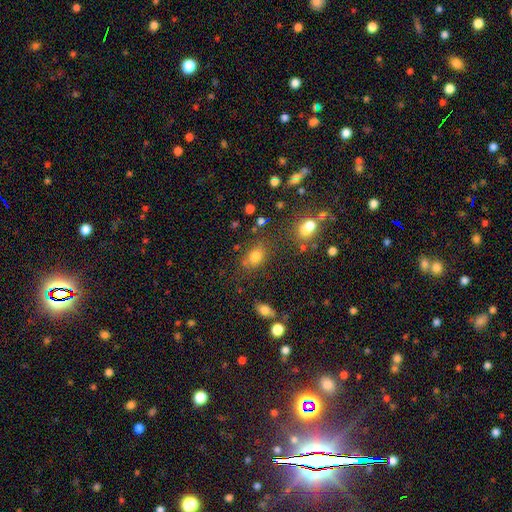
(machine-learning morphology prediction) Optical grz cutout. It shows a smooth galaxy with no disk features (77%) that is in between round and cigar-shaped (68%). Merging: none (66%).